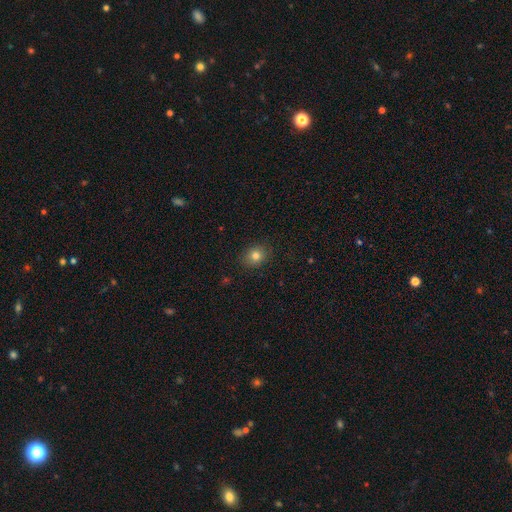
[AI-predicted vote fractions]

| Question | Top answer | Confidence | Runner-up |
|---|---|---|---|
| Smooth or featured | smooth | 80% | star or artifact (13%) |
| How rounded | round | 65% | in between (34%) |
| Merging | none | 88% | minor disturbance (9%) |